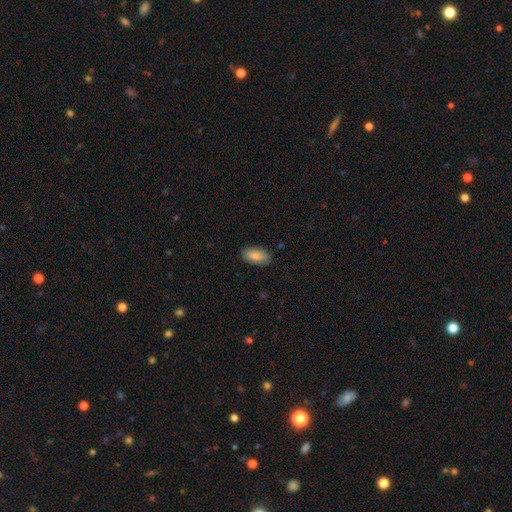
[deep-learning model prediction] Q: Smooth or featured?
A: smooth (83%); runner-up: featured or disk (11%)
Q: How rounded?
A: in between (93%); runner-up: cigar-shaped (4%)
Q: Merging?
A: none (86%); runner-up: minor disturbance (11%)